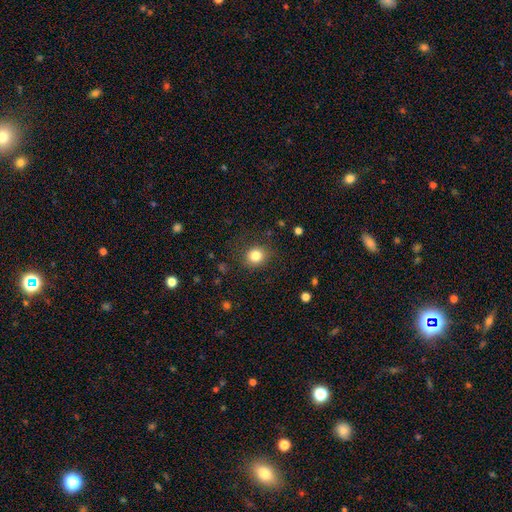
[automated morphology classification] smooth-or-featured: smooth: 83% | star or artifact: 11% | featured or disk: 6%
  how-rounded: round: 79% | in between: 20% | cigar-shaped: 1%
  merging: none: 84% | minor disturbance: 11% | major disturbance: 4% | merger: 1%